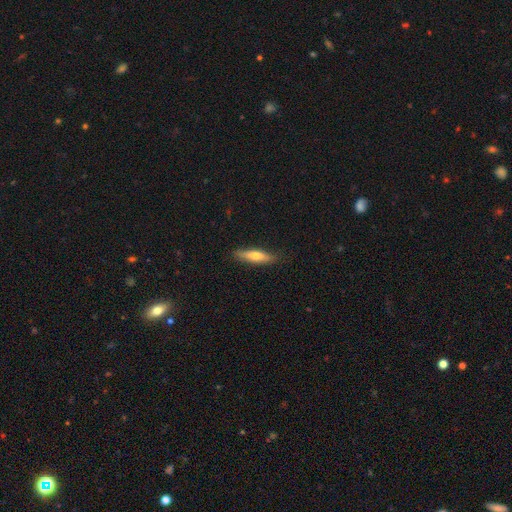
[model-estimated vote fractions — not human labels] A smooth galaxy with no disk features (60%) that is cigar-shaped (73%).

Vote fractions:
- Smooth or featured? smooth: 60% / featured or disk: 34% / star or artifact: 6%
- How rounded? cigar-shaped: 73% / in between: 25% / round: 2%
- Merging? none: 85% / minor disturbance: 11% / major disturbance: 2% / merger: 1%